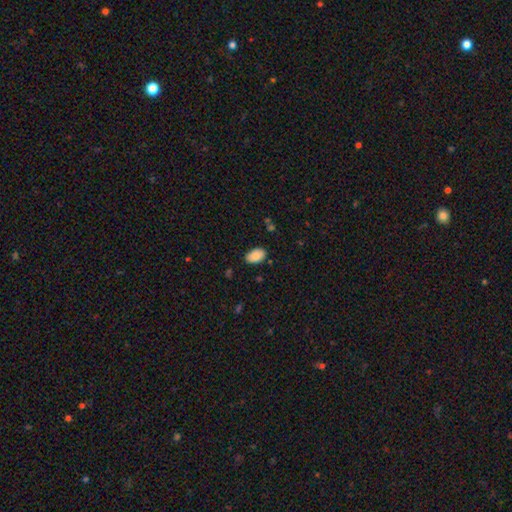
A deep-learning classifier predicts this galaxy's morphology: Q: Smooth or featured?
A: smooth (88%); runner-up: star or artifact (7%)
Q: How rounded?
A: in between (93%); runner-up: round (6%)
Q: Merging?
A: none (83%); runner-up: minor disturbance (13%)